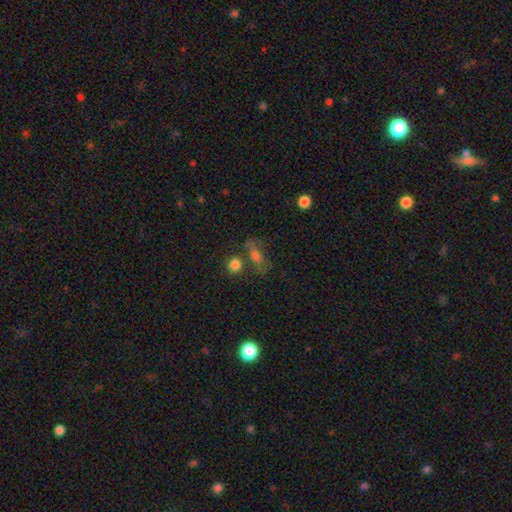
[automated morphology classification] Q: Smooth or featured?
A: smooth (50%); runner-up: featured or disk (28%)
Q: How rounded?
A: in between (59%); runner-up: round (29%)
Q: Merging?
A: none (53%); runner-up: minor disturbance (18%)